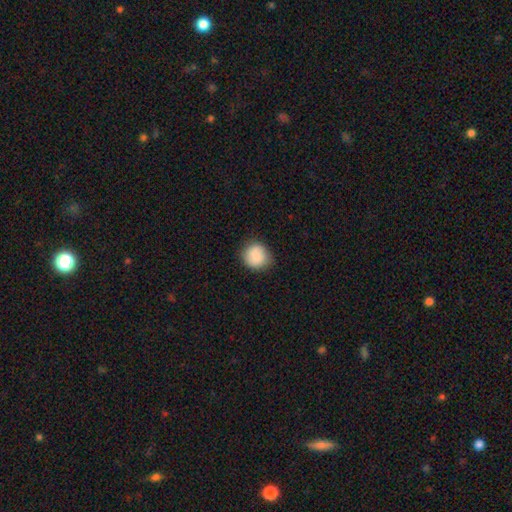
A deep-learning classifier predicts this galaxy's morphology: Q: Smooth or featured?
A: smooth (88%); runner-up: star or artifact (7%)
Q: How rounded?
A: round (86%); runner-up: in between (13%)
Q: Merging?
A: none (82%); runner-up: minor disturbance (14%)